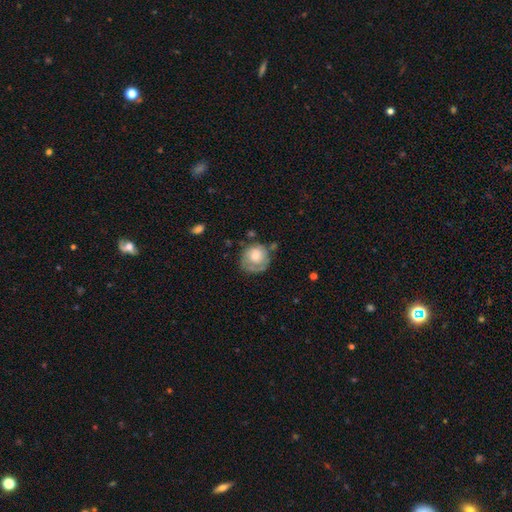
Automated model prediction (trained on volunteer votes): featured or disk 47%, smooth 46%, star or artifact 7%. Down the decision tree: merging — none (54%).